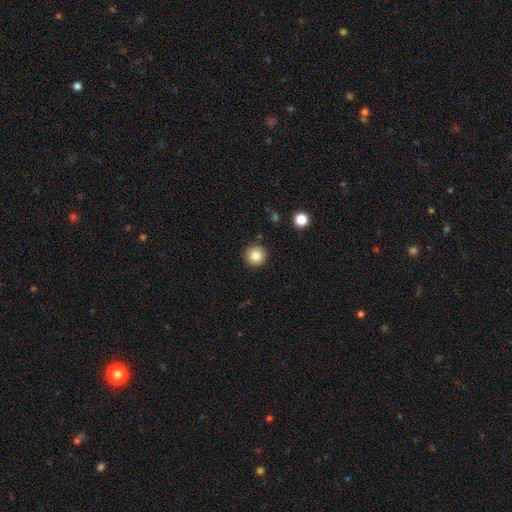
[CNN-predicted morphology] smooth_or_featured: smooth (p=0.84) [alt: star or artifact p=0.10]
how_rounded: round (p=0.96) [alt: in between p=0.03]
merging: none (p=0.91) [alt: minor disturbance p=0.05]